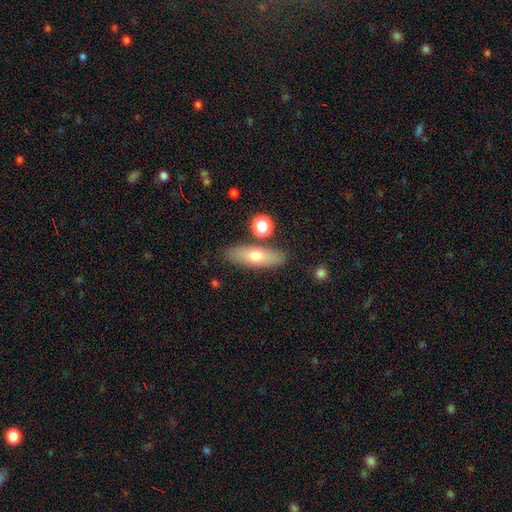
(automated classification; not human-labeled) Overall: smooth (63%; featured or disk 30%). How rounded: in between (48%, tied with cigar-shaped). Merging: none (83%).